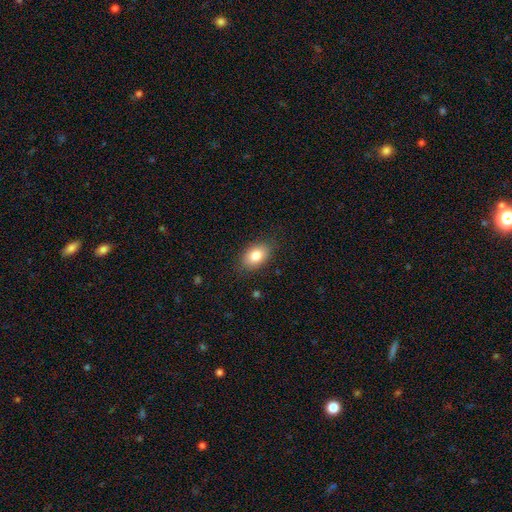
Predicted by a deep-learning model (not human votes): The model was most divided on "smooth or featured": smooth: 82%, featured or disk: 10%, star or artifact: 8%. More confident: how rounded — in between (87%); merging — none (84%).